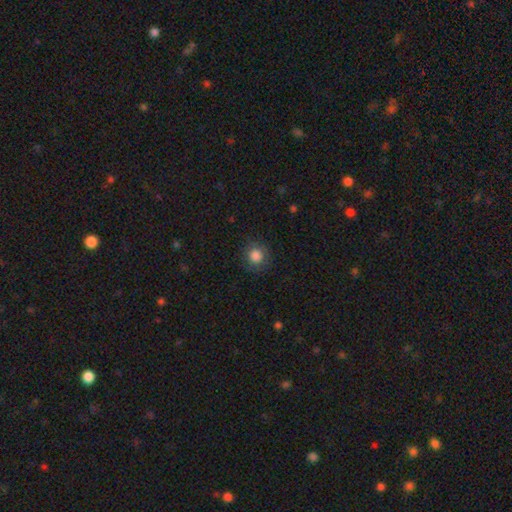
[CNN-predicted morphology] A smooth galaxy with no disk features (84%) that is round (91%).

Vote fractions:
- Smooth or featured? smooth: 84% / star or artifact: 10% / featured or disk: 5%
- How rounded? round: 91% / in between: 8% / cigar-shaped: 1%
- Merging? none: 85% / minor disturbance: 10% / major disturbance: 4% / merger: 1%